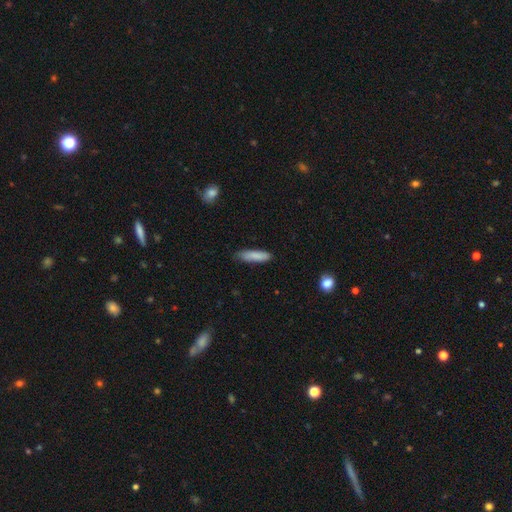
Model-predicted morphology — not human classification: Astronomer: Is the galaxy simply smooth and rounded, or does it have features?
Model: smooth — 86%.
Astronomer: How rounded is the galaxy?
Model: cigar-shaped — 70%.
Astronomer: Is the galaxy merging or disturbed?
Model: none — 78%.